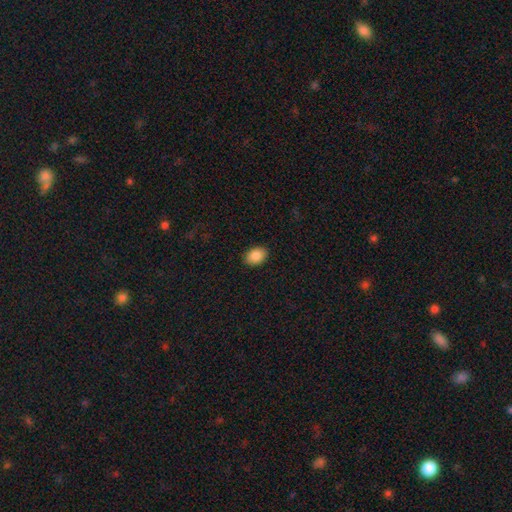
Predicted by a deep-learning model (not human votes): Morphology: type=smooth (88%); roundness=in between (84%); merging=none (89%).